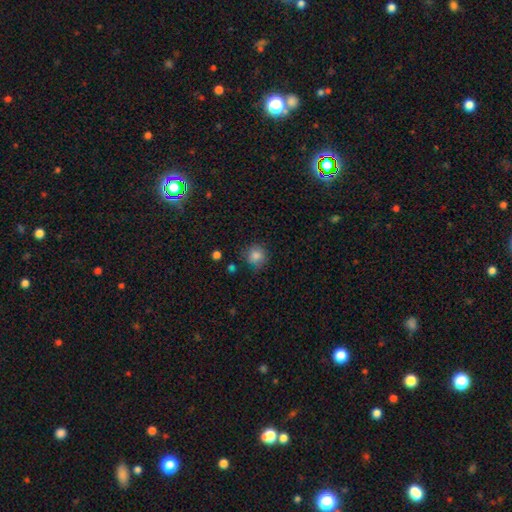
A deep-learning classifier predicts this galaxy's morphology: smooth 83%, star or artifact 11%, featured or disk 6%. Down the decision tree: how rounded — round (87%); merging — none (75%).